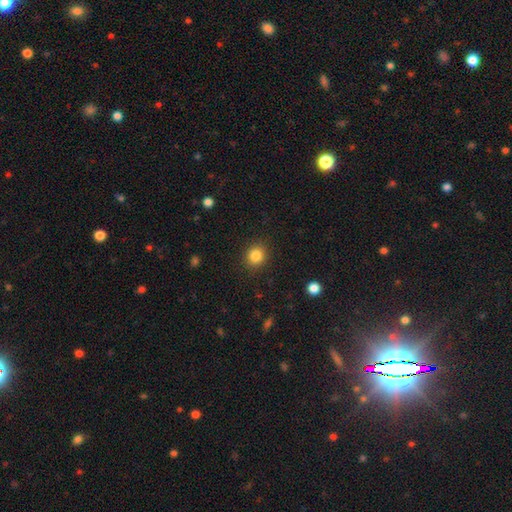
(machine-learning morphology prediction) smooth 85%, star or artifact 11%, featured or disk 5%. Down the decision tree: how rounded — round (82%); merging — none (89%).